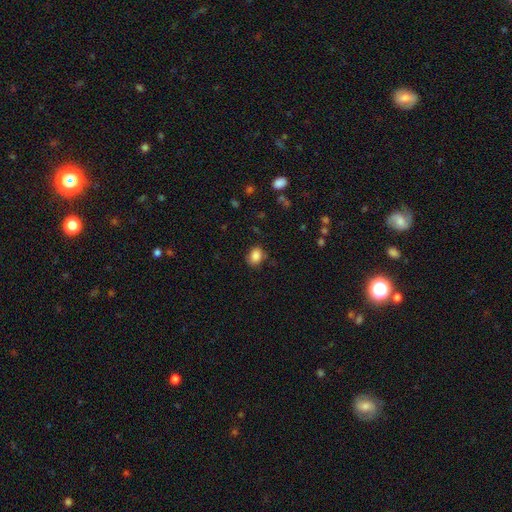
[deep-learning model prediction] smooth 85%, star or artifact 9%, featured or disk 6%. Down the decision tree: how rounded — in between (59%); merging — none (75%).